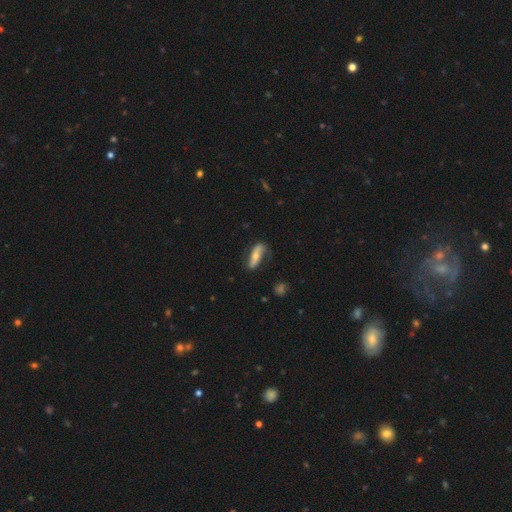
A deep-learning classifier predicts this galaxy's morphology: Q: Smooth or featured?
A: featured or disk (58%); runner-up: smooth (35%)
Q: Edge-on disk?
A: no (69%); runner-up: yes (31%)
Q: Merging?
A: none (68%); runner-up: minor disturbance (22%)